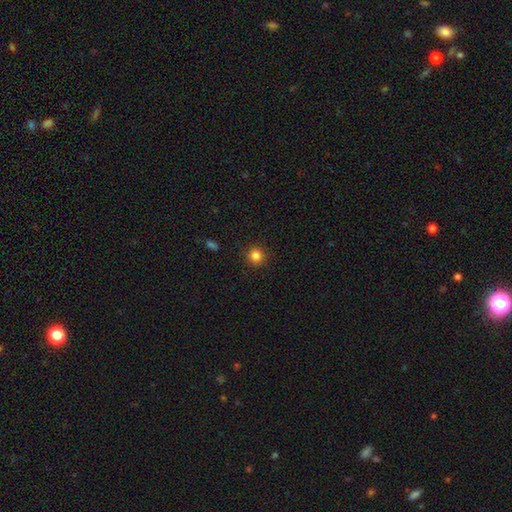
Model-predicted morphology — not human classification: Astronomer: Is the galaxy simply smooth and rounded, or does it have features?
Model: smooth — 84%.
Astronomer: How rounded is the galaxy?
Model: round — 94%.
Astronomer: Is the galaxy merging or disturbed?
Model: none — 91%.